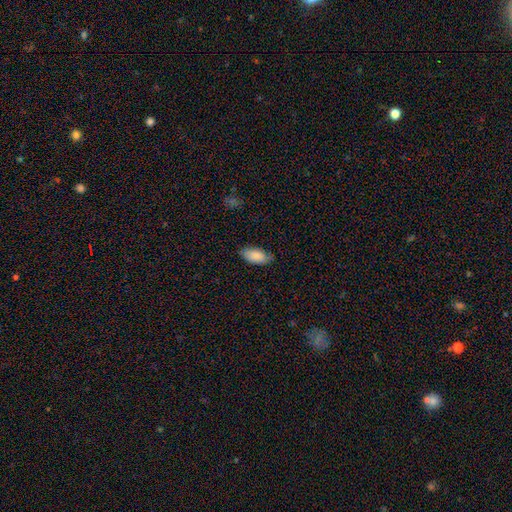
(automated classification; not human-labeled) A smooth galaxy with no disk features (86%) that is in between round and cigar-shaped (93%). Merging: none (74%).